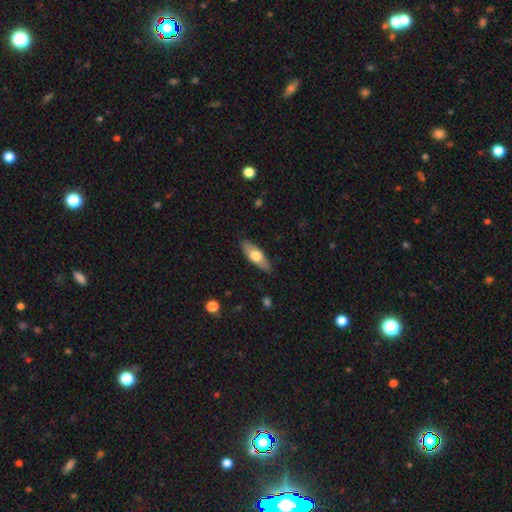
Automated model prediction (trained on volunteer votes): This is likely a smooth galaxy (61%). How rounded: likely in between (65%). Merging: clearly none (84%).